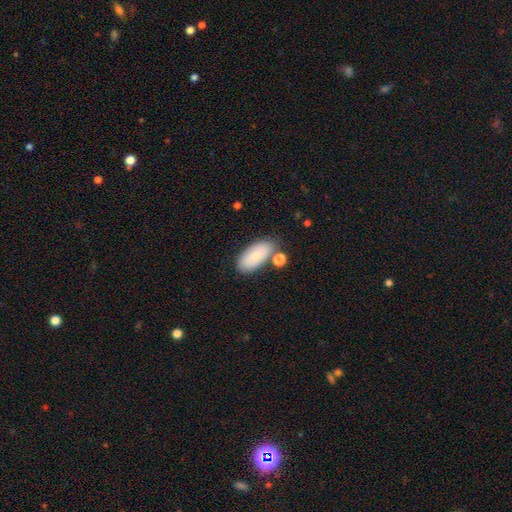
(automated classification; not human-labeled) A smooth galaxy with no disk features (80%) that is in between round and cigar-shaped (91%).

Vote fractions:
- Smooth or featured? smooth: 80% / featured or disk: 13% / star or artifact: 7%
- How rounded? in between: 91% / cigar-shaped: 6% / round: 2%
- Merging? none: 68% / minor disturbance: 16% / merger: 12% / major disturbance: 4%